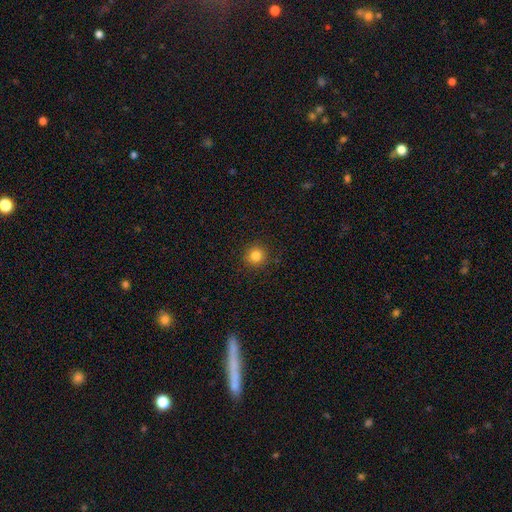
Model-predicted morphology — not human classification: A smooth galaxy with no disk features (83%) that is round (94%).

Vote fractions:
- Smooth or featured? smooth: 83% / star or artifact: 12% / featured or disk: 5%
- How rounded? round: 94% / in between: 5% / cigar-shaped: 1%
- Merging? none: 91% / minor disturbance: 6% / major disturbance: 2% / merger: 1%